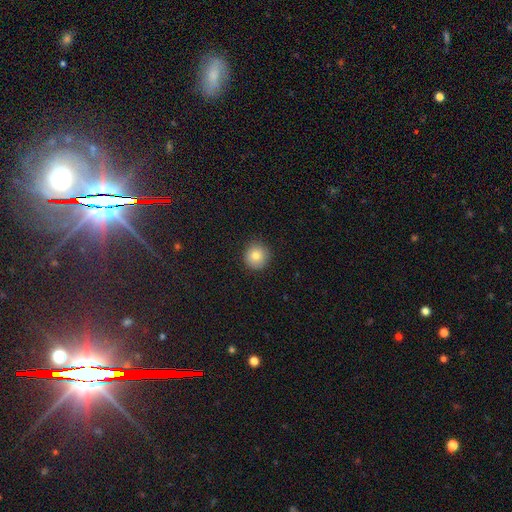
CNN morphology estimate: This appears to be a smooth galaxy with no disk features (81%) that is round (94%). Merging: none (90%).